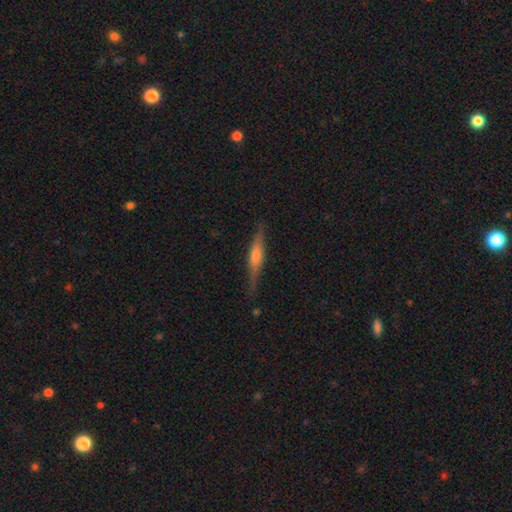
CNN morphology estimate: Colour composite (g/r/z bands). It shows a featured or disk galaxy (61%) viewed edge-on (96%) with a rounded central bulge (65%). Merging: none (84%).